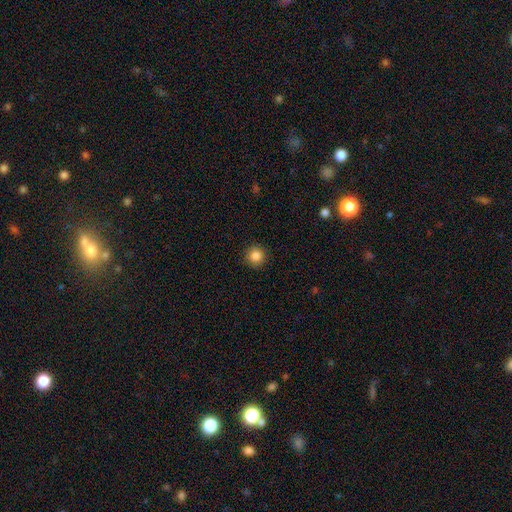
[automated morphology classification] smooth 85%, star or artifact 10%, featured or disk 4%. Down the decision tree: how rounded — round (95%); merging — none (92%).